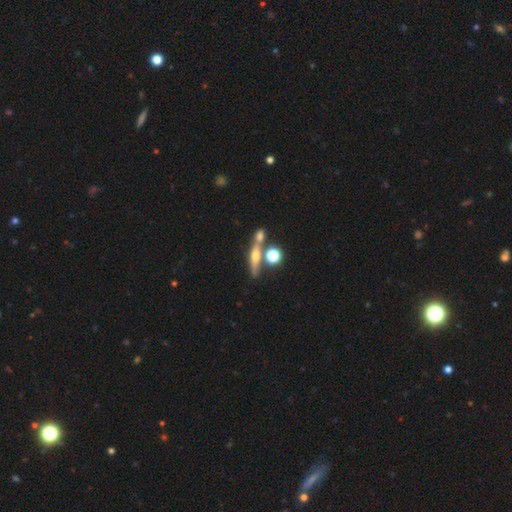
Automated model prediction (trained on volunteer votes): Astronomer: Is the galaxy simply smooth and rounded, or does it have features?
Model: featured or disk — 55% (runner-up: smooth, 32%).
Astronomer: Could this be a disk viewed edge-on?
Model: yes — 86%.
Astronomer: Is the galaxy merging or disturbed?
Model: none — 61%.